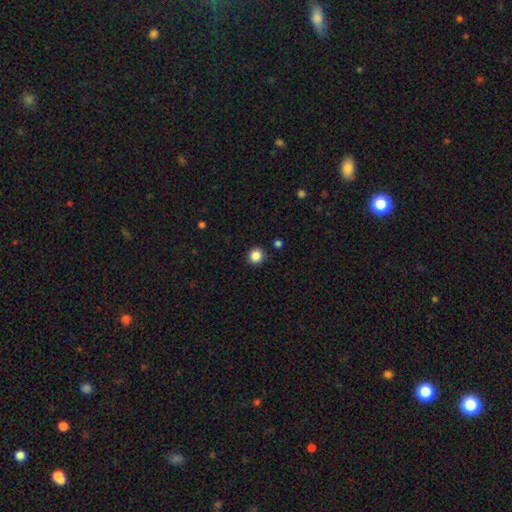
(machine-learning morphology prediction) Smooth or featured? Predicted: smooth (p=0.86). How rounded? Predicted: round (p=0.90). Merging? Predicted: none (p=0.91).